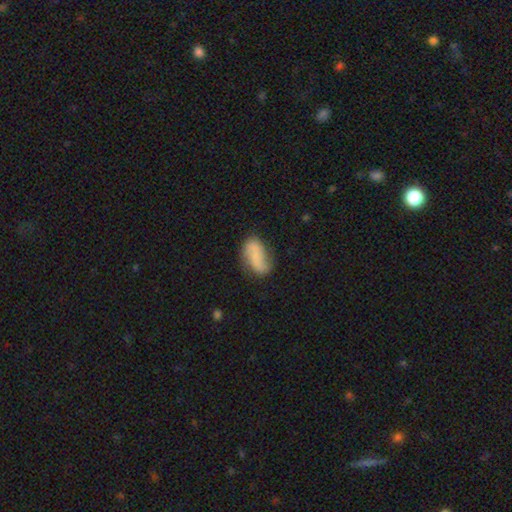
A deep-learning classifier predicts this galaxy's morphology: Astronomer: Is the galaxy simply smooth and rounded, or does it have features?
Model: smooth — 52% (runner-up: featured or disk, 39%).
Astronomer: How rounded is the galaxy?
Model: in between — 90%.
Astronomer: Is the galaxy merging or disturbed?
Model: none — 66%.